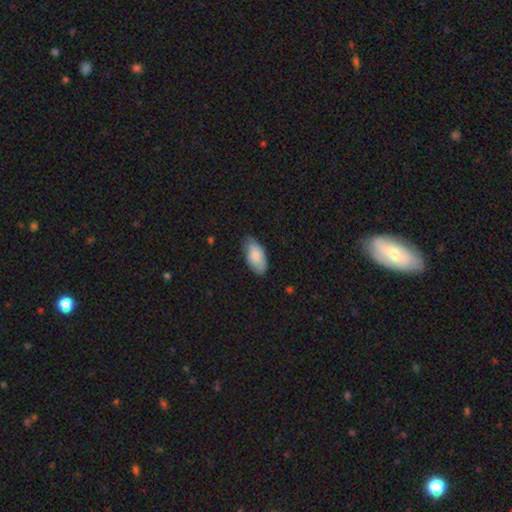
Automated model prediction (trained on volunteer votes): The model was most divided on "merging": none: 69%, minor disturbance: 26%, major disturbance: 4%, merger: 1%. More confident: how rounded — in between (94%); smooth or featured — smooth (80%).